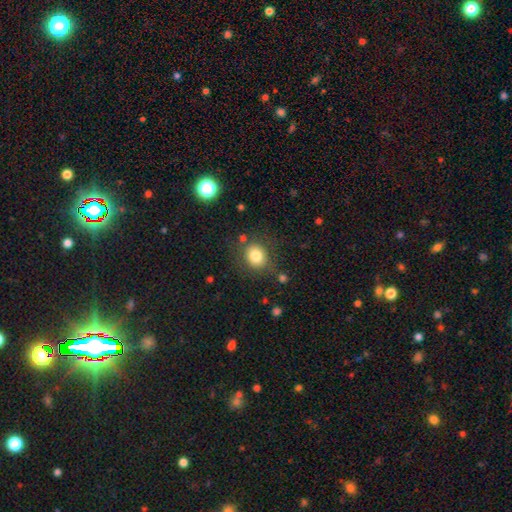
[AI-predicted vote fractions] The model was most divided on "how rounded": round: 71%, in between: 28%, cigar-shaped: 1%. More confident: smooth or featured — smooth (81%); merging — none (80%).